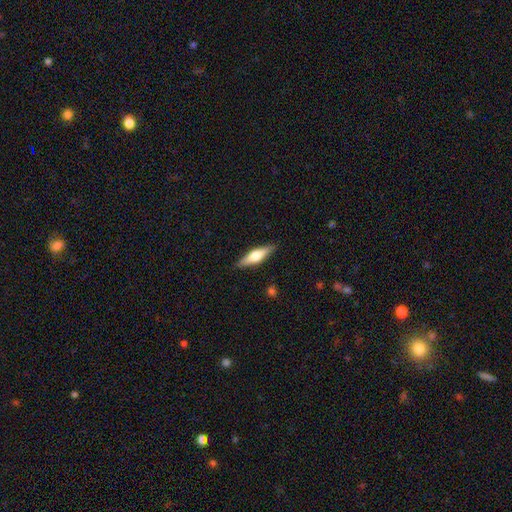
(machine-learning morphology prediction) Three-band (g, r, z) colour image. It shows a featured or disk galaxy (51%) viewed edge-on (94%). Merging: none (89%).